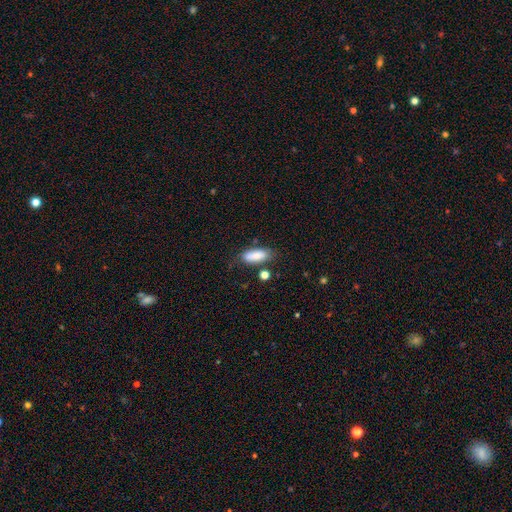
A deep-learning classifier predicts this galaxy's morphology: Smooth or featured?
  - smooth: 81% *
  - featured or disk: 11%
  - star or artifact: 7%
How rounded?
  - in between: 79% *
  - cigar-shaped: 19%
  - round: 3%
Merging?
  - none: 69% *
  - minor disturbance: 19%
  - merger: 7%
  - major disturbance: 5%